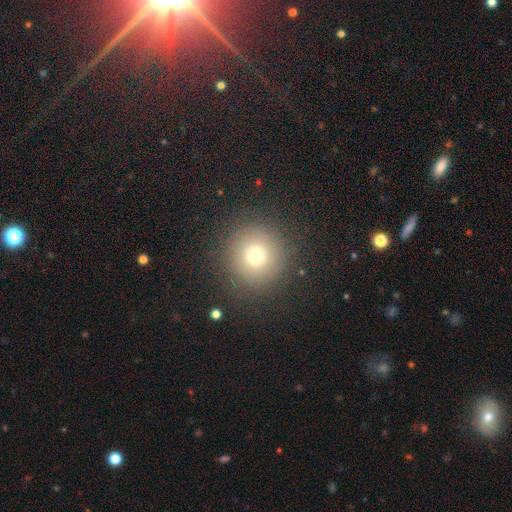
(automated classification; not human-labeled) This is likely a smooth galaxy (72%). How rounded: clearly round (95%). Merging: clearly none (88%).